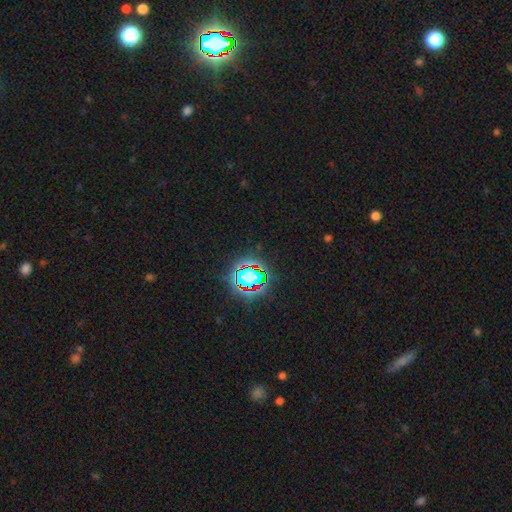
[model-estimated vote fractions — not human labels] Smooth or featured? star or artifact (82%)